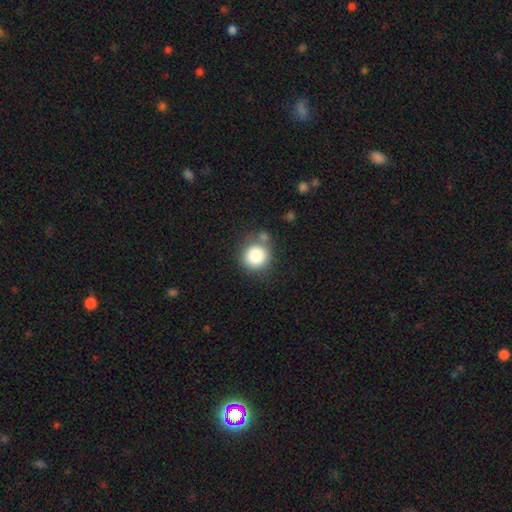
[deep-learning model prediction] smooth 84%, star or artifact 10%, featured or disk 6%. Down the decision tree: how rounded — round (91%); merging — none (69%).